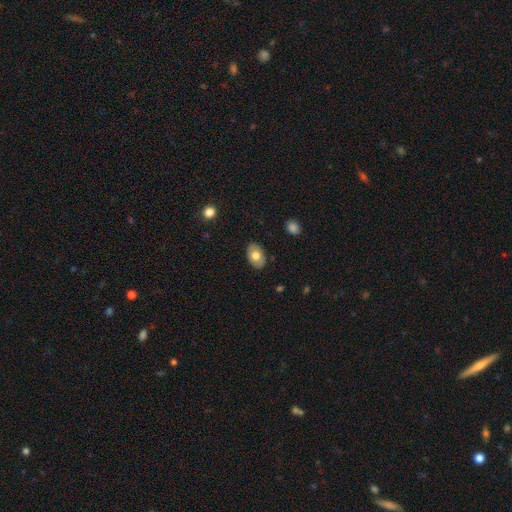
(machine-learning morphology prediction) smooth-or-featured: smooth: 72% | featured or disk: 21% | star or artifact: 7%
  how-rounded: in between: 88% | round: 11% | cigar-shaped: 1%
  merging: none: 86% | minor disturbance: 10% | major disturbance: 2% | merger: 1%